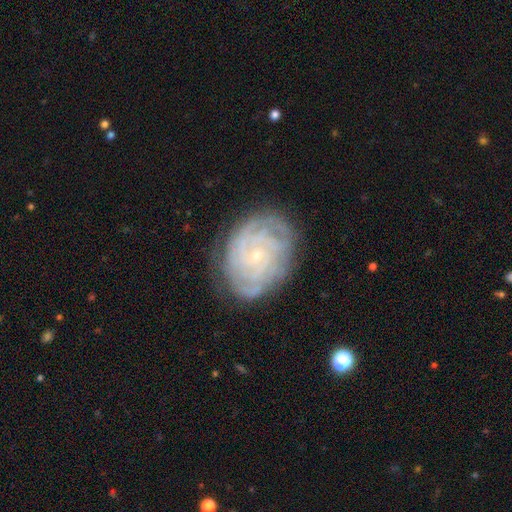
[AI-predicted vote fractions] Morphology: type=featured or disk (84%); edge-on=no (97%); bar=no (78%); spiral arms=yes (95%); winding=tight (81%); arm count=can't tell (33%); bulge=small (86%); merging=none (78%).